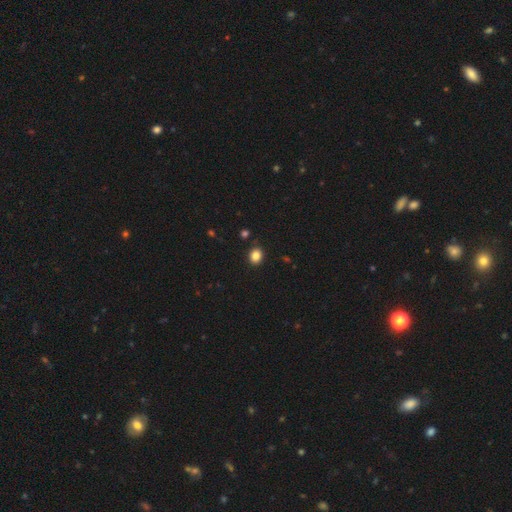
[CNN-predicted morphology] smooth-or-featured: smooth: 85% | star or artifact: 11% | featured or disk: 4%
  how-rounded: round: 57% | in between: 42% | cigar-shaped: 1%
  merging: none: 88% | minor disturbance: 8% | major disturbance: 2% | merger: 2%